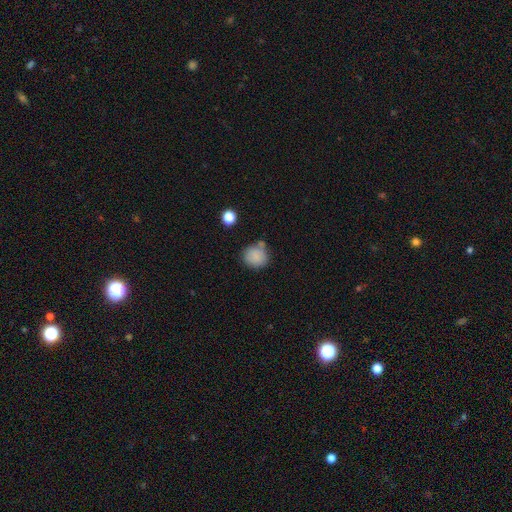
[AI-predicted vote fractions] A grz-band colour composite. It shows a smooth galaxy with no disk features (85%) that is round (83%). Merging: none (65%).